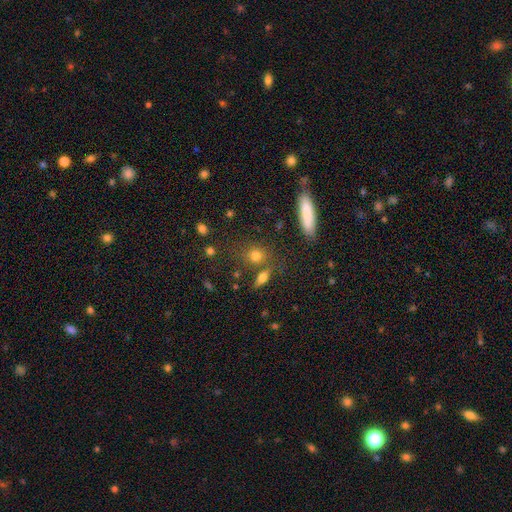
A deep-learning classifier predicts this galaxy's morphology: The model was most divided on "how rounded": round: 56%, in between: 34%, cigar-shaped: 10%. More confident: smooth or featured — smooth (74%); merging — none (71%).